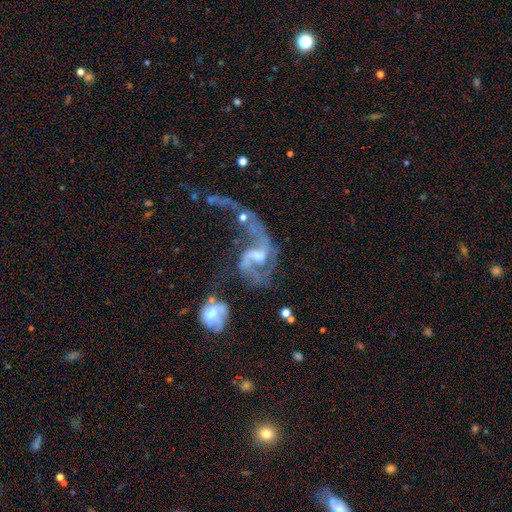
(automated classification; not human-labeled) Smooth or featured: featured or disk — 82% (star or artifact — 9%)
Edge-on disk: no — 96% (yes — 4%)
Bar: weak — 47% (no — 35%)
Spiral arms: yes — 88% (no — 12%)
Spiral winding: loose — 66% (medium — 27%)
Spiral arm count: 2 — 74% (1 — 10%)
Bulge size: moderate — 39% (small — 30%)
Merging: merger — 43% (major disturbance — 31%)